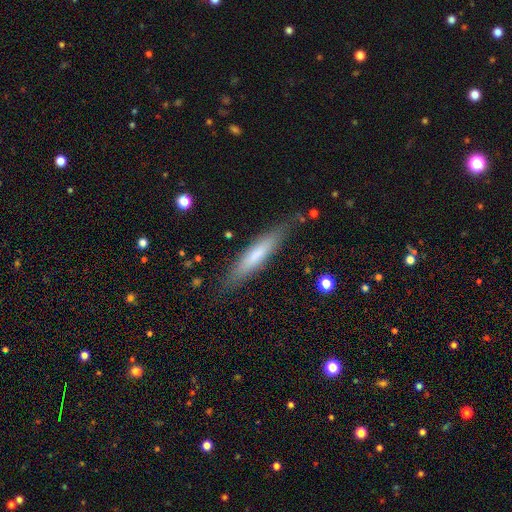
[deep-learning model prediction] Morphology: type=smooth (64%); roundness=cigar-shaped (86%); merging=none (83%).